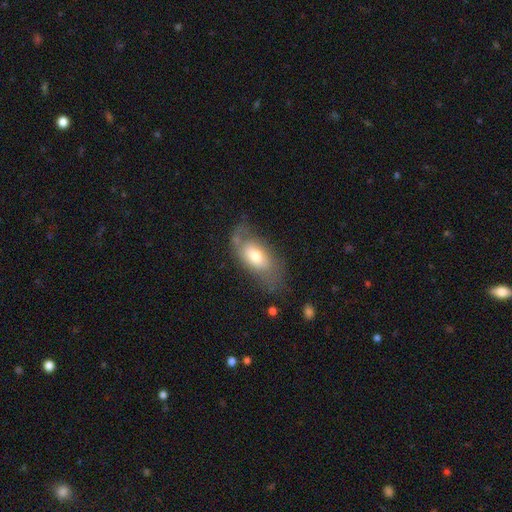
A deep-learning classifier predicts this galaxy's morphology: type=smooth (58%); roundness=in between (89%); merging=none (54%).